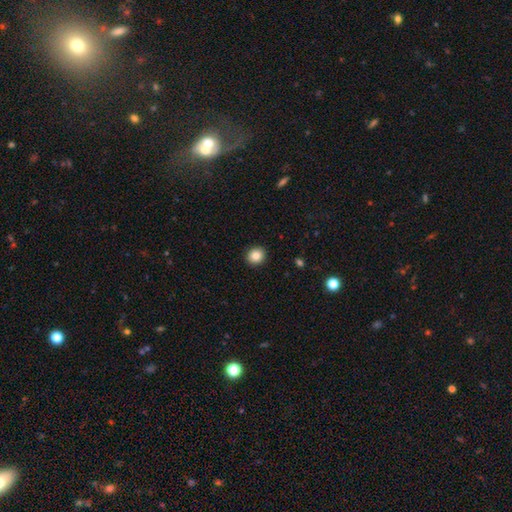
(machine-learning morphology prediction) Smooth or featured?
  - smooth: 85% *
  - star or artifact: 9%
  - featured or disk: 6%
How rounded?
  - round: 82% *
  - in between: 17%
  - cigar-shaped: 1%
Merging?
  - none: 92% *
  - minor disturbance: 5%
  - major disturbance: 2%
  - merger: 1%